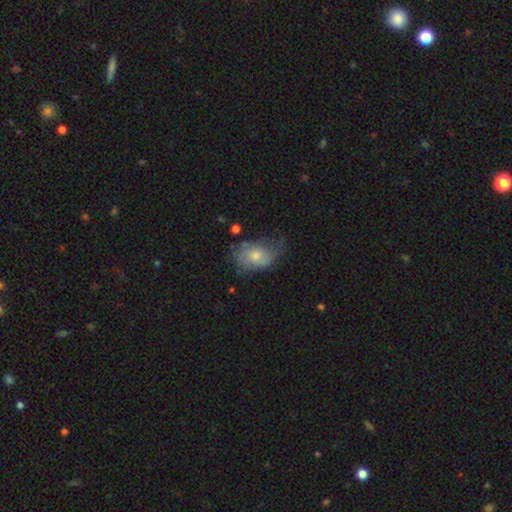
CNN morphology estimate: smooth_or_featured: smooth (p=0.62) [alt: featured or disk p=0.30]
how_rounded: in between (p=0.75) [alt: round p=0.23]
merging: minor disturbance (p=0.36) [alt: none p=0.34]